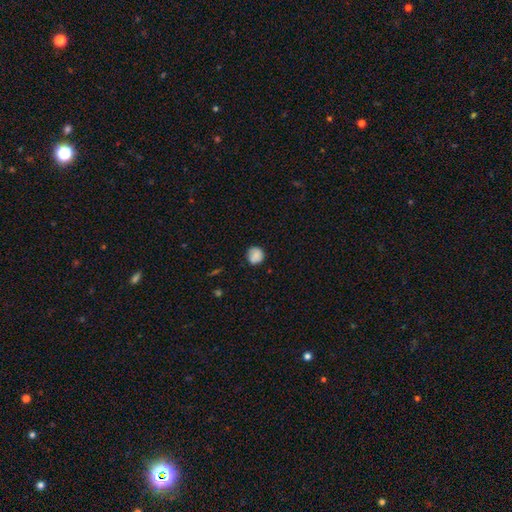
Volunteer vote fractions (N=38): A smooth galaxy with no disk features (89%) that is round (85%).

Vote fractions:
- Smooth or featured? smooth: 89% / featured or disk: 5% / star or artifact: 5%
- How rounded? round: 85% / in between: 15% / cigar-shaped: 0%
- Merging? none: 67% / minor disturbance: 31% / major disturbance: 3% / merger: 0%